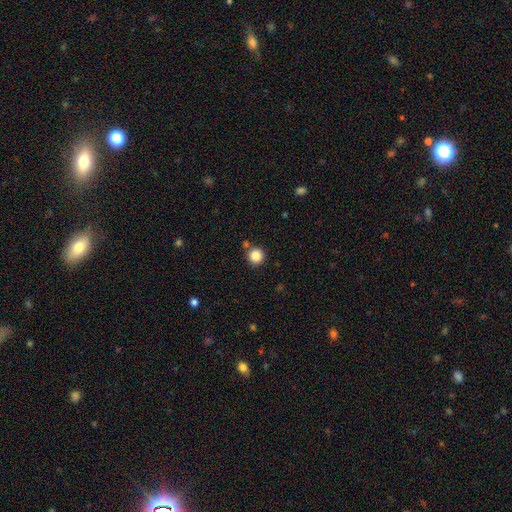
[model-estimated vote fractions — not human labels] A smooth galaxy with no disk features (86%) that is round (95%). Merging: none (84%).